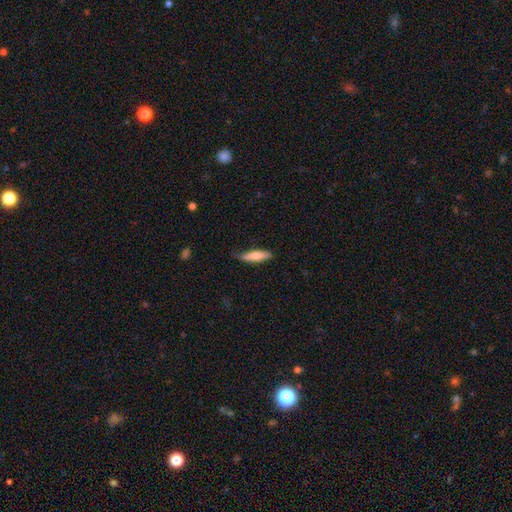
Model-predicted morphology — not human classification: Overall: smooth (75%). How rounded: cigar-shaped (69%). Merging: none (73%).